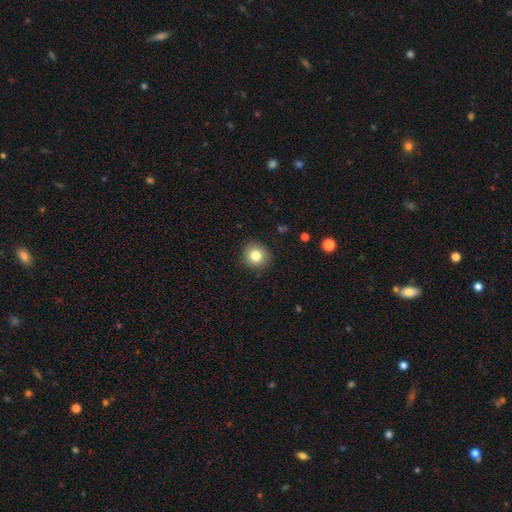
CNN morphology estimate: Smooth or featured?
  - smooth: 81% *
  - star or artifact: 11%
  - featured or disk: 8%
How rounded?
  - round: 91% *
  - in between: 8%
  - cigar-shaped: 1%
Merging?
  - none: 89% *
  - minor disturbance: 7%
  - major disturbance: 2%
  - merger: 1%